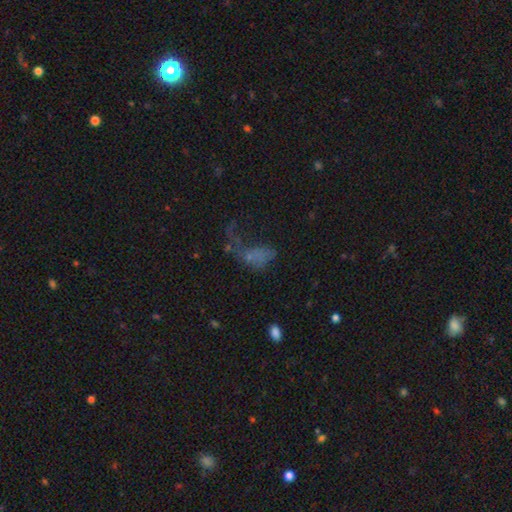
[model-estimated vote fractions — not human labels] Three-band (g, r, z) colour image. It shows a smooth galaxy with no disk features (42%). Merging: major disturbance (52%).